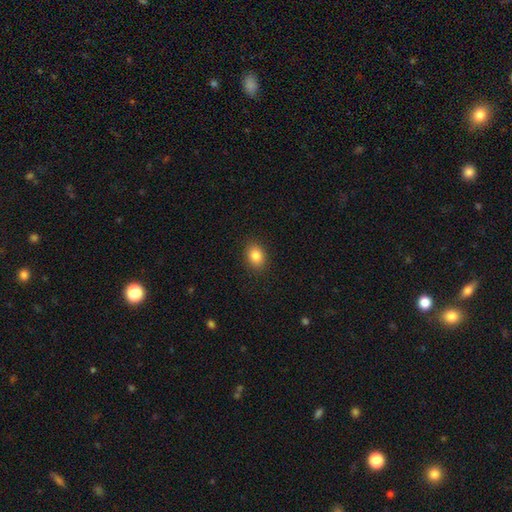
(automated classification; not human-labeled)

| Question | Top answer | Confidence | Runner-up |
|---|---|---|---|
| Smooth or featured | smooth | 84% | star or artifact (10%) |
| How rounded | in between | 63% | round (36%) |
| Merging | none | 89% | minor disturbance (8%) |